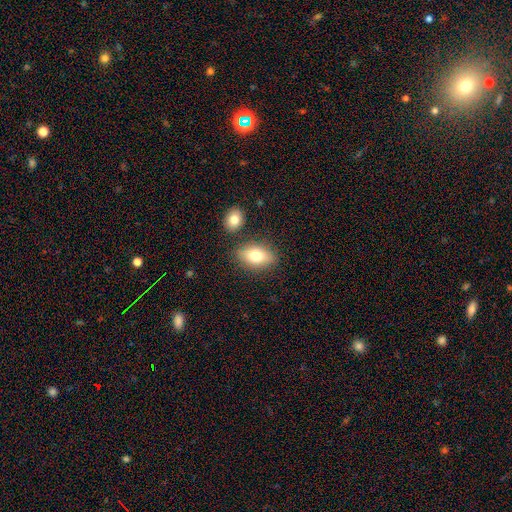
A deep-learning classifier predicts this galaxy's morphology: smooth-or-featured: smooth: 77% | featured or disk: 15% | star or artifact: 8%
  how-rounded: in between: 87% | round: 10% | cigar-shaped: 2%
  merging: none: 77% | minor disturbance: 12% | merger: 8% | major disturbance: 3%